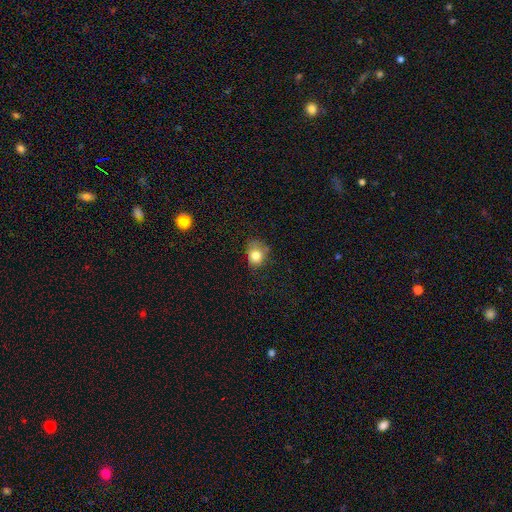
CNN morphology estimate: This appears to be a smooth galaxy with no disk features (79%) that is round (54%). Merging: none (46%).